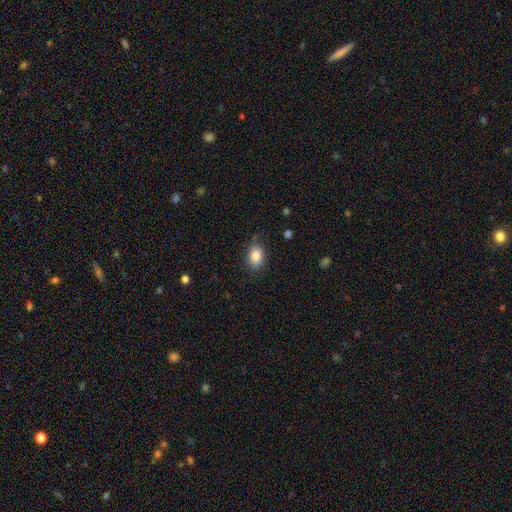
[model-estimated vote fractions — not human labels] A smooth galaxy with no disk features (86%) that is in between round and cigar-shaped (75%). Merging: none (79%).